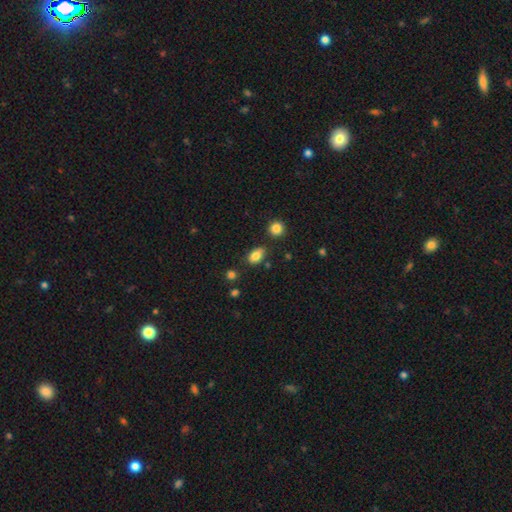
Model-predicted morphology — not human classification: Smooth or featured? smooth (83%)
How rounded? in between (84%)
Merging? none (77%)